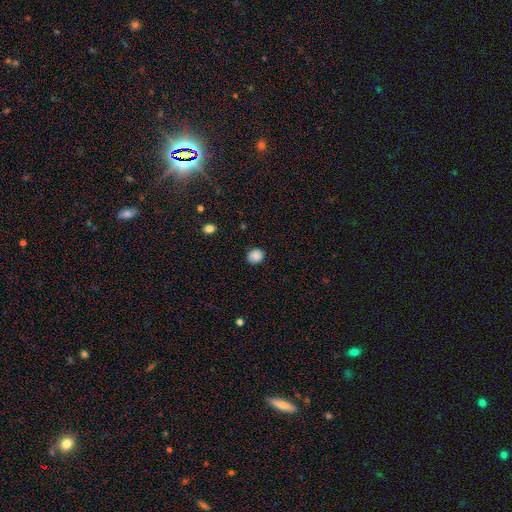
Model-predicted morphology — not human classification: Q: Smooth or featured?
A: smooth (88%); runner-up: star or artifact (9%)
Q: How rounded?
A: round (78%); runner-up: in between (21%)
Q: Merging?
A: none (87%); runner-up: minor disturbance (10%)